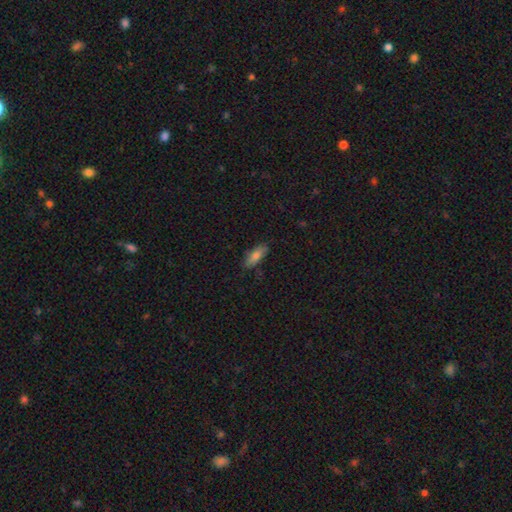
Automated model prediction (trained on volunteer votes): Morphology: type=smooth (77%); roundness=in between (66%); merging=none (81%).